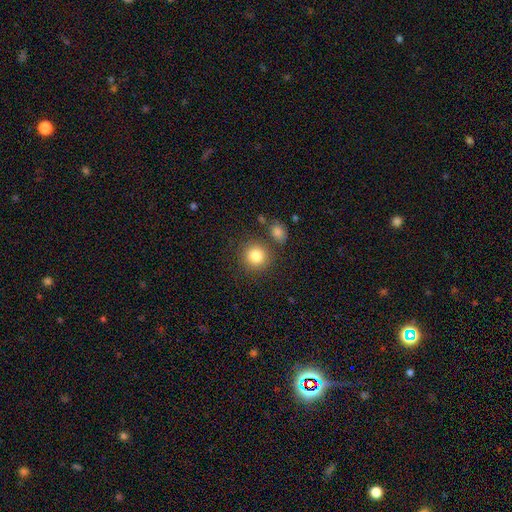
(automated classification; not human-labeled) Smooth or featured: smooth — 83% (star or artifact — 10%)
How rounded: round — 91% (in between — 8%)
Merging: none — 80% (minor disturbance — 9%)